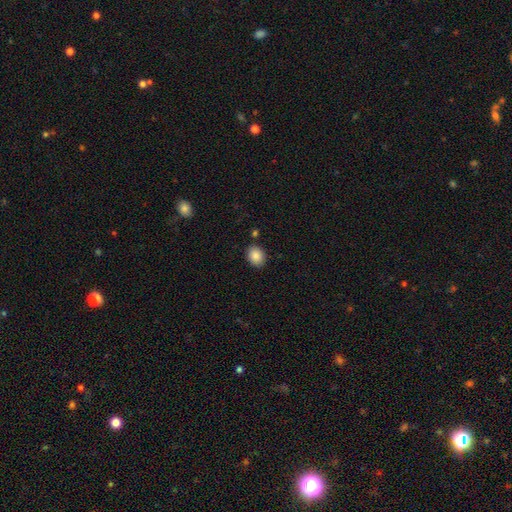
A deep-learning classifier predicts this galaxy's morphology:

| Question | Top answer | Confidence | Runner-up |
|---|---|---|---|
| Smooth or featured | smooth | 87% | star or artifact (8%) |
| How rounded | in between | 52% | round (47%) |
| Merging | none | 87% | minor disturbance (9%) |